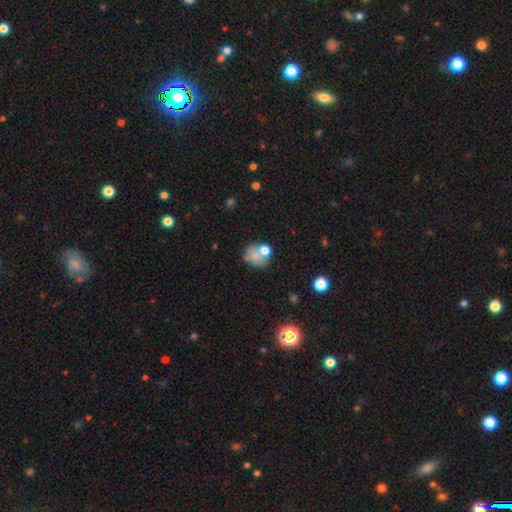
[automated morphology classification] Smooth or featured? smooth (69%)
How rounded? round (67%)
Merging? none (47%)